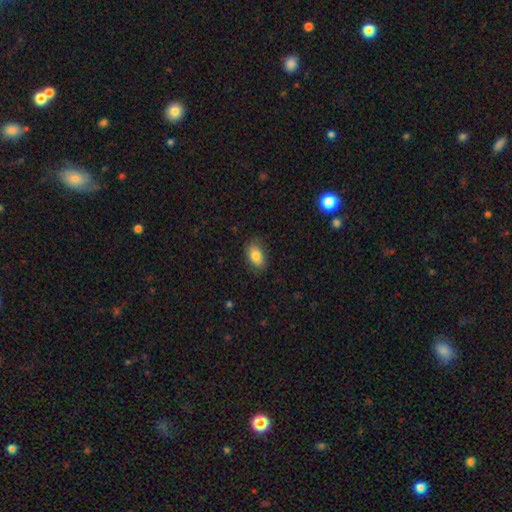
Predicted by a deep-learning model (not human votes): A smooth galaxy with no disk features (81%) that is in between round and cigar-shaped (90%).

Vote fractions:
- Smooth or featured? smooth: 81% / featured or disk: 12% / star or artifact: 8%
- How rounded? in between: 90% / round: 8% / cigar-shaped: 2%
- Merging? none: 80% / minor disturbance: 16% / major disturbance: 4% / merger: 1%